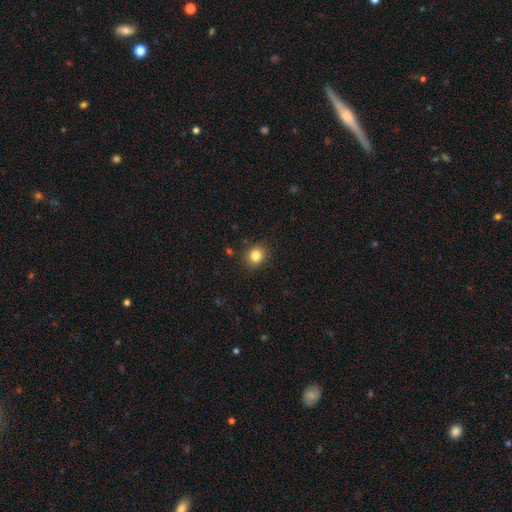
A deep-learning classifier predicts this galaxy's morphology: smooth 83%, star or artifact 11%, featured or disk 6%. Down the decision tree: how rounded — round (74%); merging — none (88%).